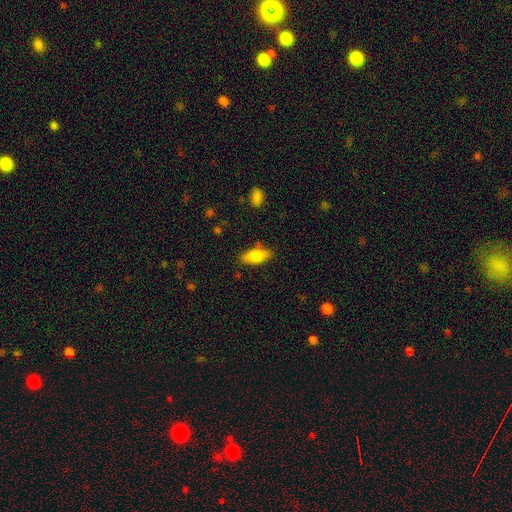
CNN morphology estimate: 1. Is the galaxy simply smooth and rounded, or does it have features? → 83% smooth, 11% featured or disk, 7% star or artifact.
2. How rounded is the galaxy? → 81% in between, 16% cigar-shaped, 2% round.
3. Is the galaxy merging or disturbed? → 80% none, 14% minor disturbance, 3% major disturbance, 3% merger.